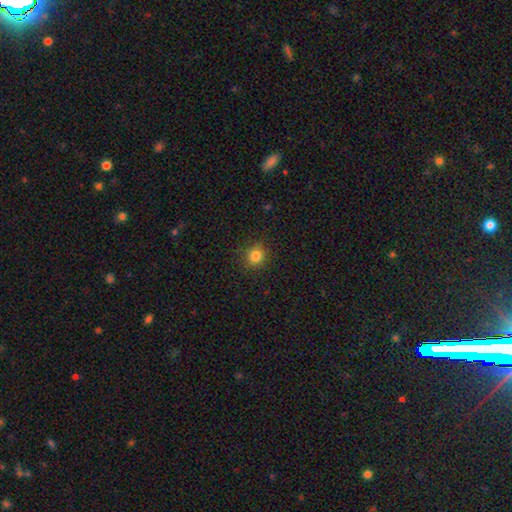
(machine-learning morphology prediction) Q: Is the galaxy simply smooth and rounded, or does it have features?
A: smooth — 83%.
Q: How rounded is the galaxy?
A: round — 88%.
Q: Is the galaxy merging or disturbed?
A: none — 90%.